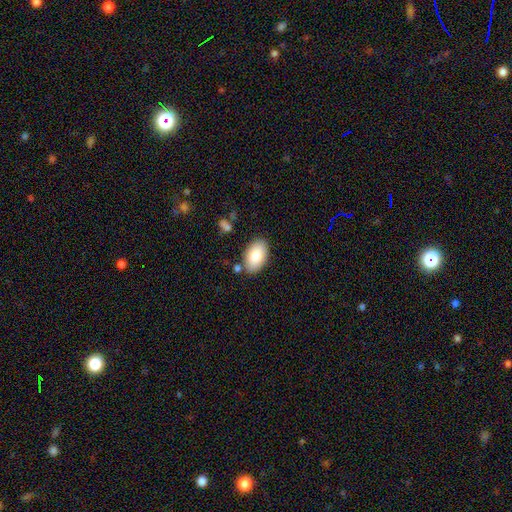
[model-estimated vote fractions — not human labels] A smooth galaxy with no disk features (81%) that is in between round and cigar-shaped (94%). Merging: none (83%).